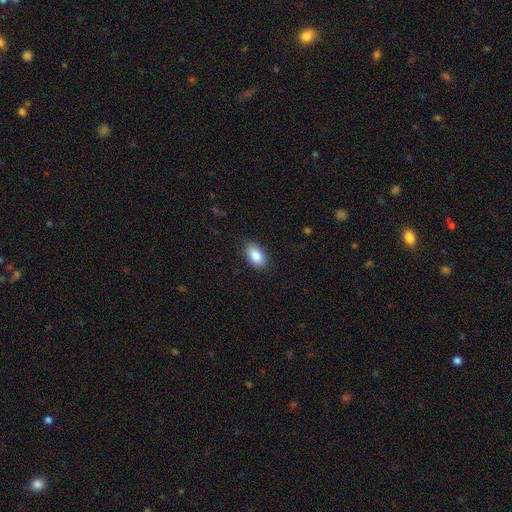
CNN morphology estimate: A smooth galaxy with no disk features (87%) that is in between round and cigar-shaped (93%). Merging: none (87%).